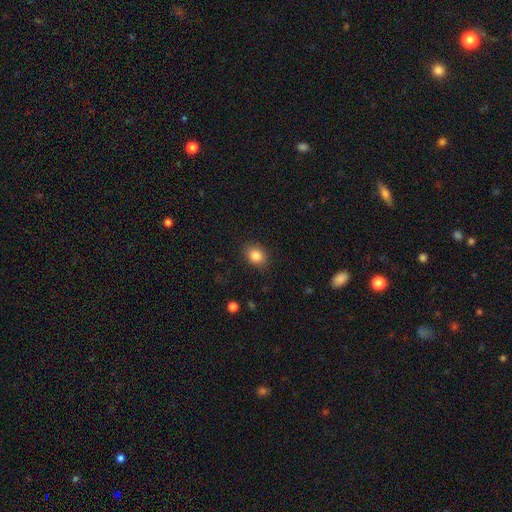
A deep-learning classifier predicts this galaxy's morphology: smooth 84%, star or artifact 10%, featured or disk 6%. Down the decision tree: how rounded — in between (60%); merging — none (87%).